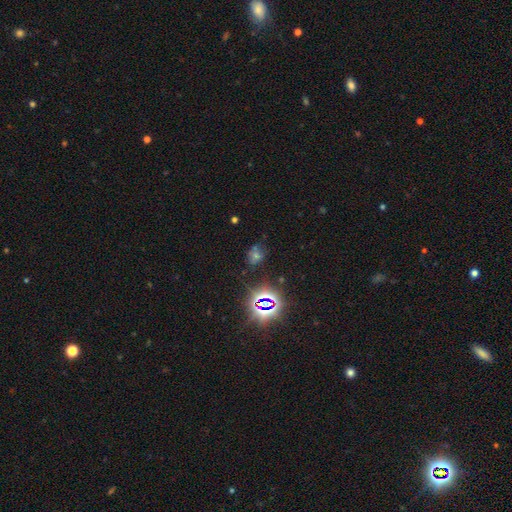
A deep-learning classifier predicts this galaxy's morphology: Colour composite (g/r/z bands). It shows a star or artifact, not a galaxy (64%).